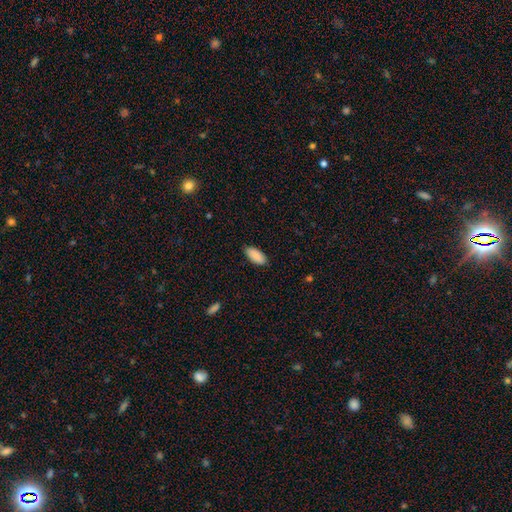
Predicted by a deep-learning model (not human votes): Smooth or featured? smooth (91%)
How rounded? in between (91%)
Merging? none (86%)